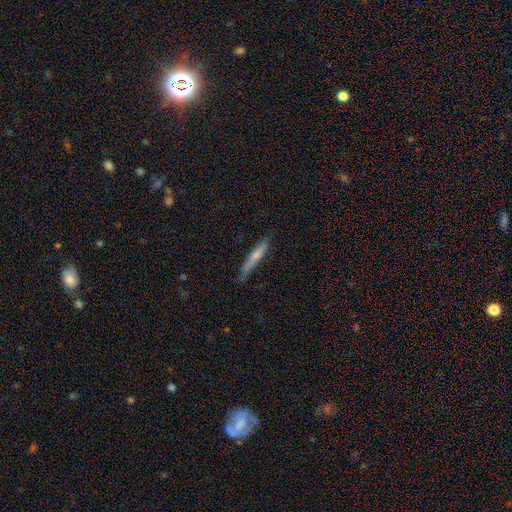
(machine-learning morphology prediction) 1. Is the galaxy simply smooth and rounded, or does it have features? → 63% smooth, 31% featured or disk, 6% star or artifact.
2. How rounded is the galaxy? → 94% cigar-shaped, 5% in between, 1% round.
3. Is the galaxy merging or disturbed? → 77% none, 18% minor disturbance, 3% major disturbance, 2% merger.